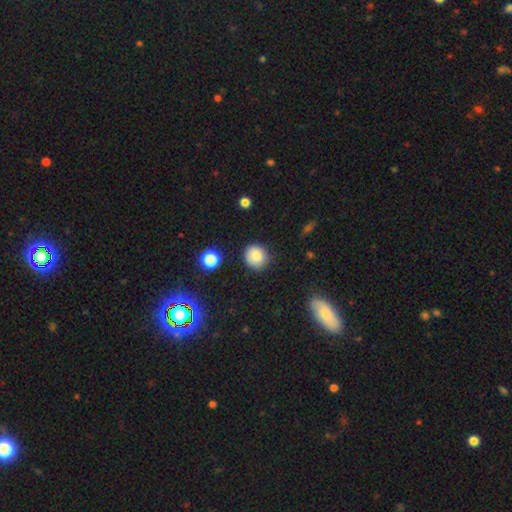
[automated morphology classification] This appears to be a smooth galaxy with no disk features (83%) that is round (87%). Merging: none (83%).